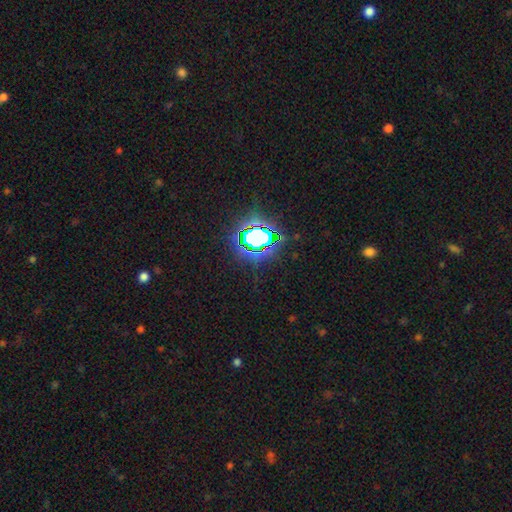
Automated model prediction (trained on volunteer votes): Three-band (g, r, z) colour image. It shows a star or artifact, not a galaxy (84%).